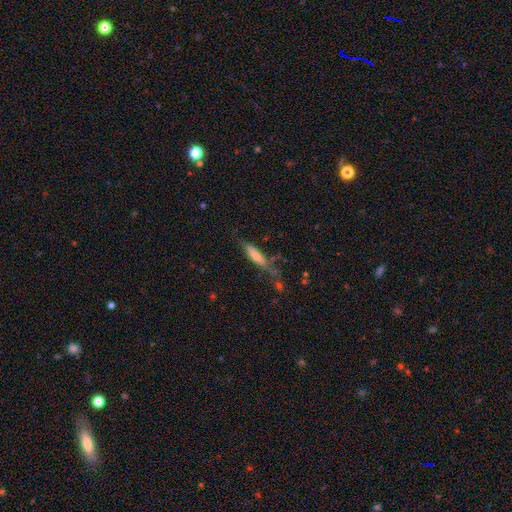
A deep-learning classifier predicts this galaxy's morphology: Smooth or featured? Predicted: smooth (p=0.54). How rounded? Predicted: cigar-shaped (p=0.85). Merging? Predicted: none (p=0.61).